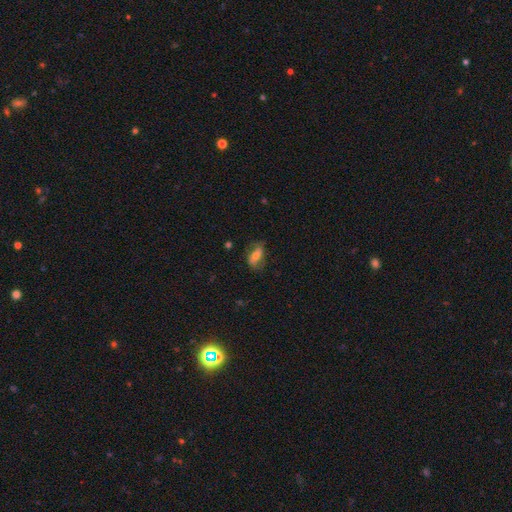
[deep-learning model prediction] Smooth or featured?
  - smooth: 49% *
  - featured or disk: 43%
  - star or artifact: 9%
Merging?
  - none: 67% *
  - minor disturbance: 22%
  - major disturbance: 9%
  - merger: 2%